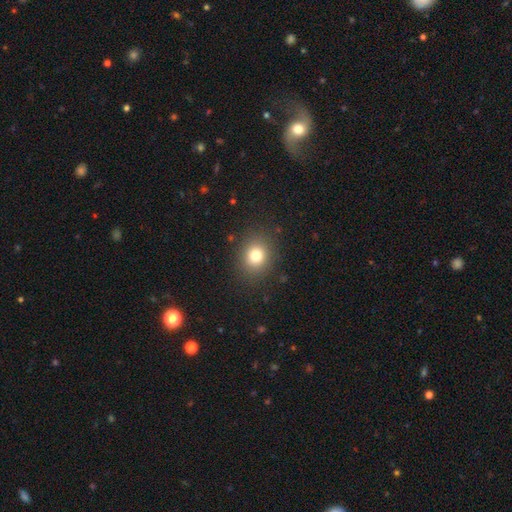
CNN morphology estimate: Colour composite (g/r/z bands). It shows a smooth galaxy with no disk features (78%) that is round (72%). Merging: none (87%).